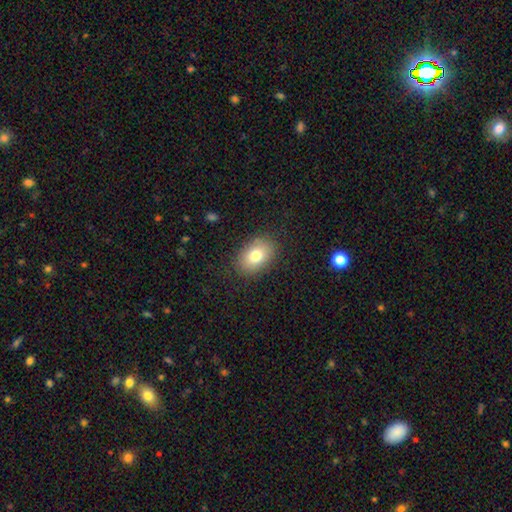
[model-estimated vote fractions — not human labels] Smooth or featured: smooth — 79% (featured or disk — 12%)
How rounded: in between — 81% (round — 18%)
Merging: none — 85% (minor disturbance — 11%)